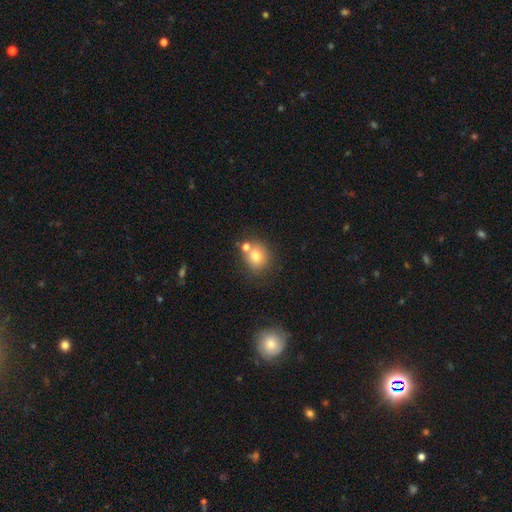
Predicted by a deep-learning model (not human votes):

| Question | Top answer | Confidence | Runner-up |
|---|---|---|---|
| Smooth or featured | smooth | 75% | featured or disk (13%) |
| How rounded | round | 75% | in between (24%) |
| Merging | none | 59% | merger (24%) |